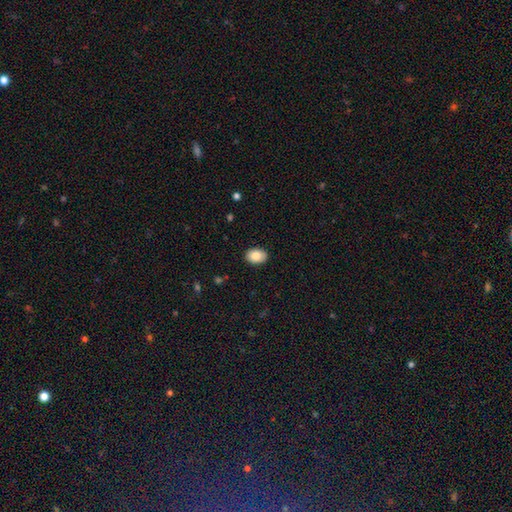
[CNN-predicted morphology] This appears to be a smooth galaxy with no disk features (85%) that is in between round and cigar-shaped (79%). Merging: none (89%).